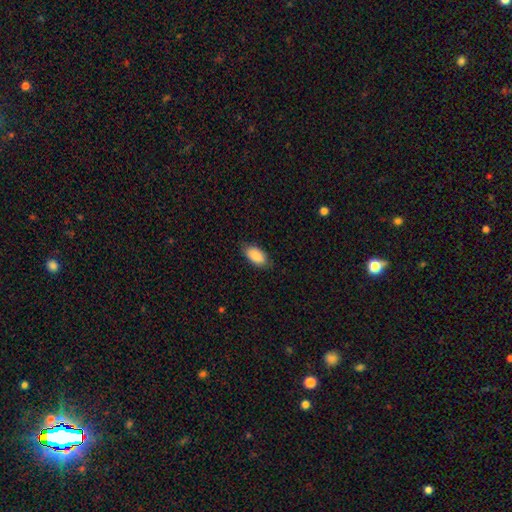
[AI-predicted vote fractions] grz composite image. It shows a smooth galaxy with no disk features (89%) that is in between round and cigar-shaped (94%). Merging: none (80%).